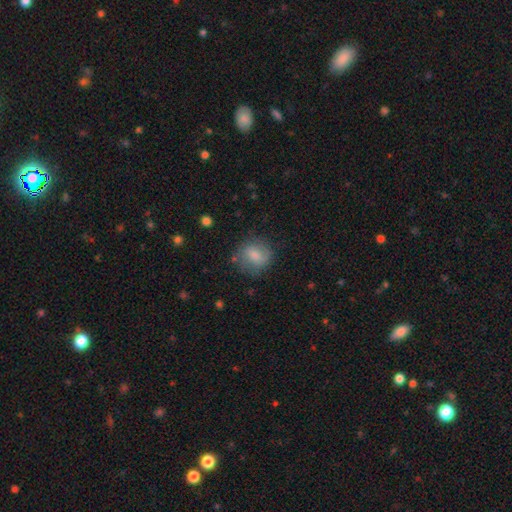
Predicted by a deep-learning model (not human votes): Smooth or featured: smooth — 73% (featured or disk — 19%)
How rounded: round — 74% (in between — 24%)
Merging: none — 71% (minor disturbance — 19%)